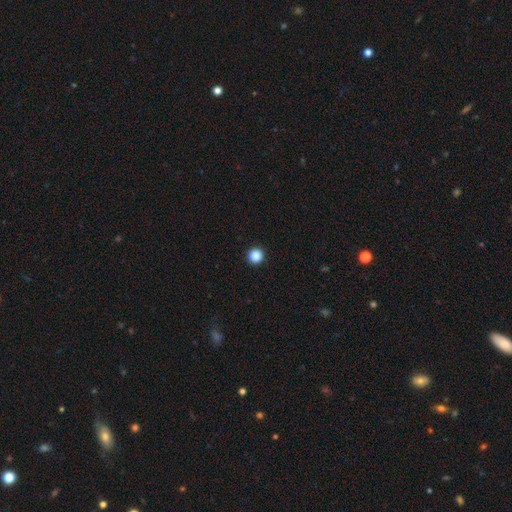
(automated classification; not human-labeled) Q: Smooth or featured?
A: smooth (86%); runner-up: star or artifact (11%)
Q: How rounded?
A: round (96%); runner-up: in between (3%)
Q: Merging?
A: none (94%); runner-up: minor disturbance (3%)